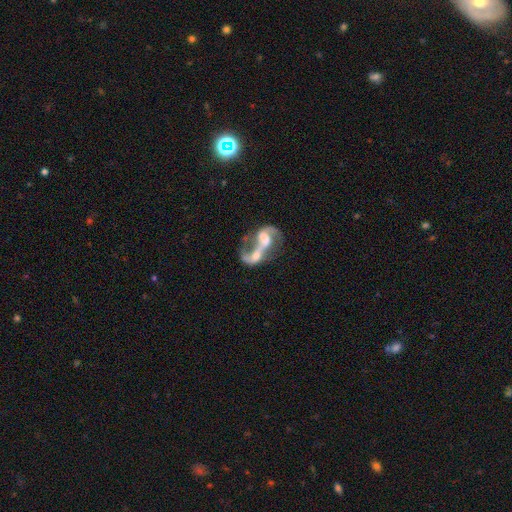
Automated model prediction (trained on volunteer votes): Smooth or featured?
  - featured or disk: 72% *
  - smooth: 19%
  - star or artifact: 9%
Edge-on disk?
  - no: 96% *
  - yes: 4%
Bar?
  - no: 43% *
  - weak: 35%
  - strong: 22%
Spiral arms?
  - yes: 68% *
  - no: 32%
Bulge size?
  - moderate: 38% *
  - none: 26%
  - small: 23%
  - large: 11%
  - dominant: 2%
Merging?
  - merger: 63% *
  - major disturbance: 17%
  - none: 13%
  - minor disturbance: 7%